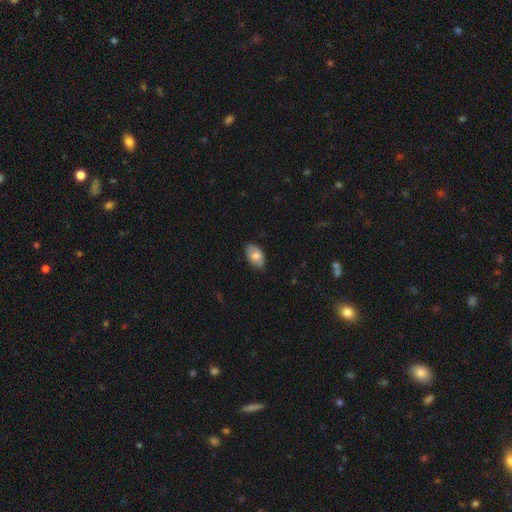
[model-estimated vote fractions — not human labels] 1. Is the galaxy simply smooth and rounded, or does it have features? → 73% smooth, 21% featured or disk, 7% star or artifact.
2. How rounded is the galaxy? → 93% in between, 6% round, 1% cigar-shaped.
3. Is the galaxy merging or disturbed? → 76% none, 20% minor disturbance, 3% major disturbance, 1% merger.